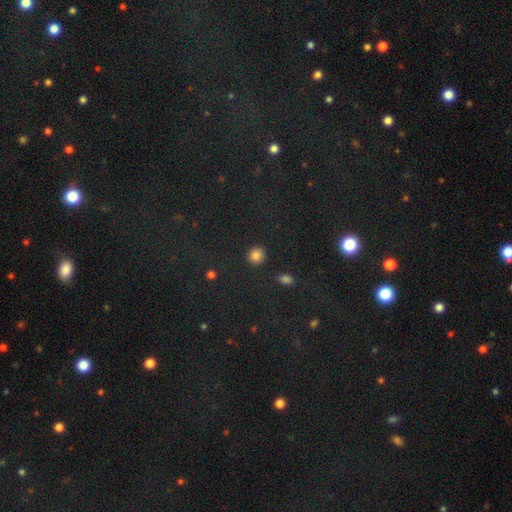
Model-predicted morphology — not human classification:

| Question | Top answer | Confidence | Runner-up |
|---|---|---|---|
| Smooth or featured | smooth | 83% | star or artifact (12%) |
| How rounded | round | 91% | in between (8%) |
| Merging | none | 92% | minor disturbance (5%) |